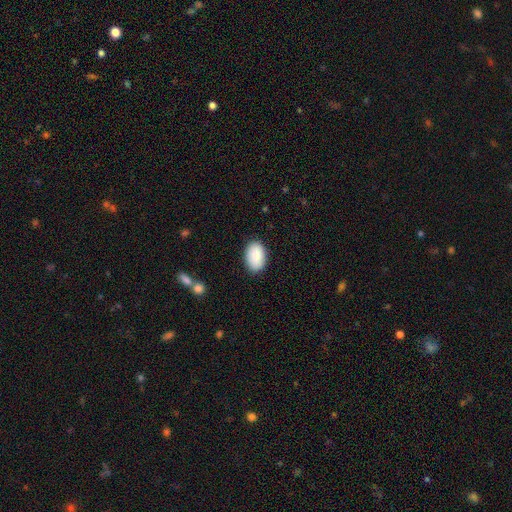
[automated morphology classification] A smooth galaxy with no disk features (88%) that is in between round and cigar-shaped (90%).

Vote fractions:
- Smooth or featured? smooth: 88% / featured or disk: 6% / star or artifact: 6%
- How rounded? in between: 90% / round: 9% / cigar-shaped: 1%
- Merging? none: 87% / minor disturbance: 10% / major disturbance: 2% / merger: 1%